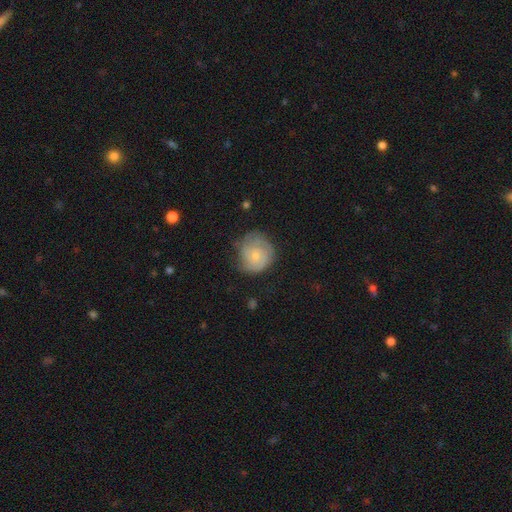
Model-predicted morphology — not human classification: Smooth or featured?
  - smooth: 47% *
  - featured or disk: 46%
  - star or artifact: 7%
Merging?
  - none: 59% *
  - minor disturbance: 28%
  - major disturbance: 11%
  - merger: 2%